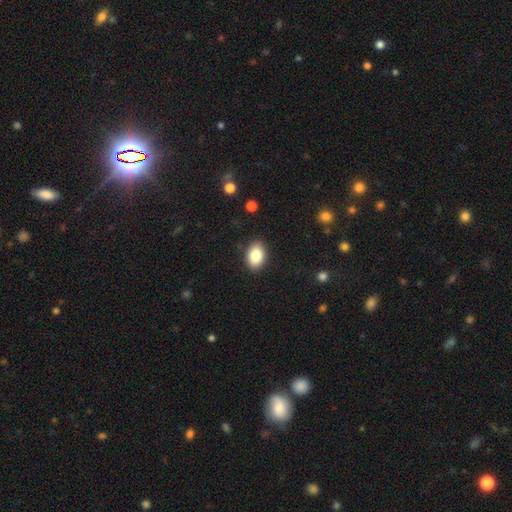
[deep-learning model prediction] Smooth or featured?
  - smooth: 85% *
  - star or artifact: 8%
  - featured or disk: 7%
How rounded?
  - in between: 83% *
  - round: 15%
  - cigar-shaped: 1%
Merging?
  - none: 88% *
  - minor disturbance: 9%
  - major disturbance: 2%
  - merger: 1%